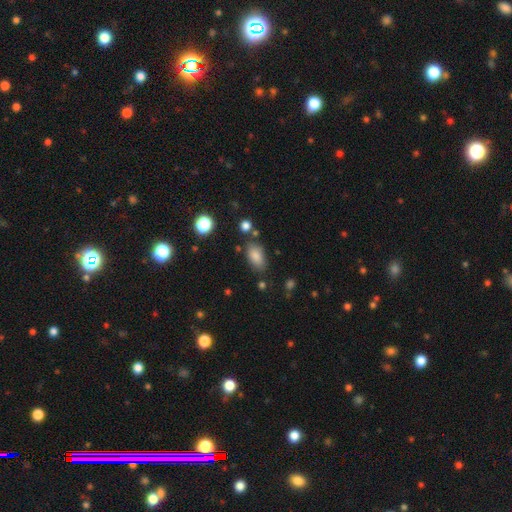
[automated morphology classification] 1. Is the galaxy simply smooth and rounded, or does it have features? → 84% smooth, 9% star or artifact, 7% featured or disk.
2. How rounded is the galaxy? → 90% in between, 5% round, 4% cigar-shaped.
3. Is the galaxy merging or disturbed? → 75% none, 15% minor disturbance, 5% merger, 4% major disturbance.